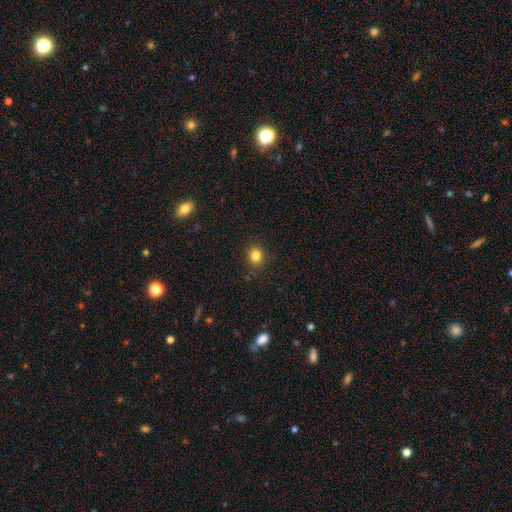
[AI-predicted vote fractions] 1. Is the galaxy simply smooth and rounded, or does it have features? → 83% smooth, 12% star or artifact, 5% featured or disk.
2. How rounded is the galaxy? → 76% round, 23% in between, 1% cigar-shaped.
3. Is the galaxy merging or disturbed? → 87% none, 9% minor disturbance, 2% major disturbance, 1% merger.